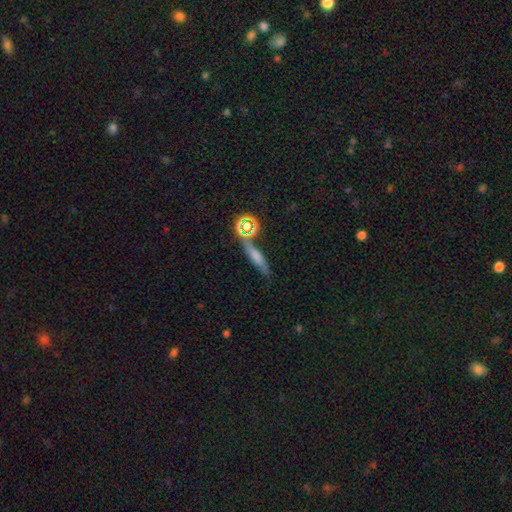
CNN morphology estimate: This appears to be a smooth galaxy with no disk features (57%) that is cigar-shaped (72%). Merging: none (62%).